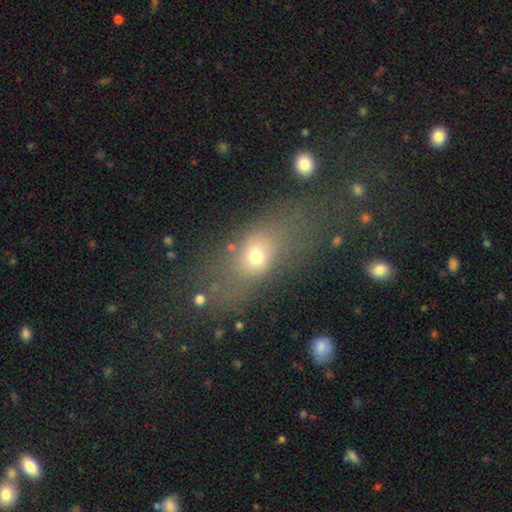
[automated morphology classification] Q: Smooth or featured?
A: smooth (62%); runner-up: featured or disk (20%)
Q: How rounded?
A: in between (64%); runner-up: round (25%)
Q: Merging?
A: none (51%); runner-up: major disturbance (20%)